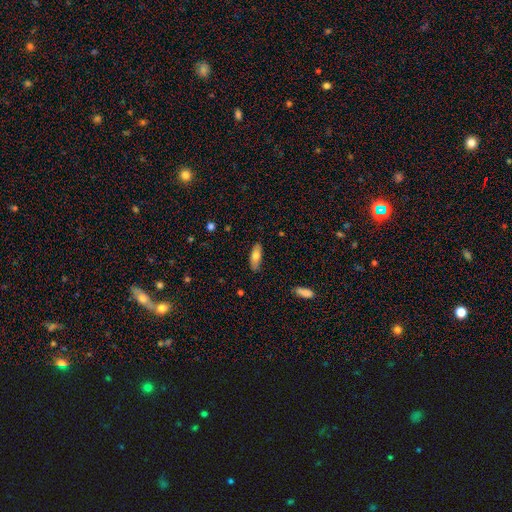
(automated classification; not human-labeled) Smooth or featured? smooth (73%)
How rounded? in between (69%)
Merging? none (83%)